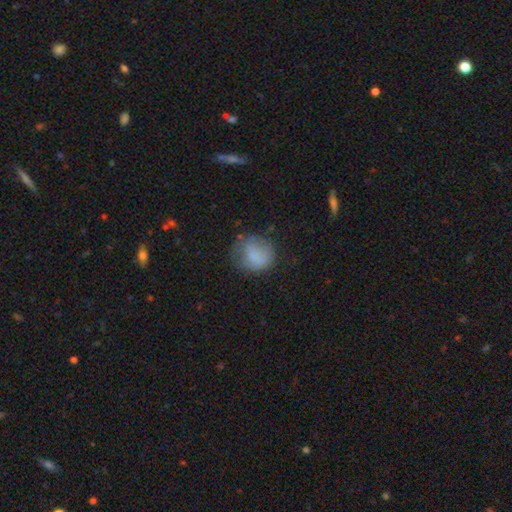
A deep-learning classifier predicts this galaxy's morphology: Smooth or featured: smooth — 77% (featured or disk — 13%)
How rounded: round — 77% (in between — 22%)
Merging: none — 58% (minor disturbance — 27%)